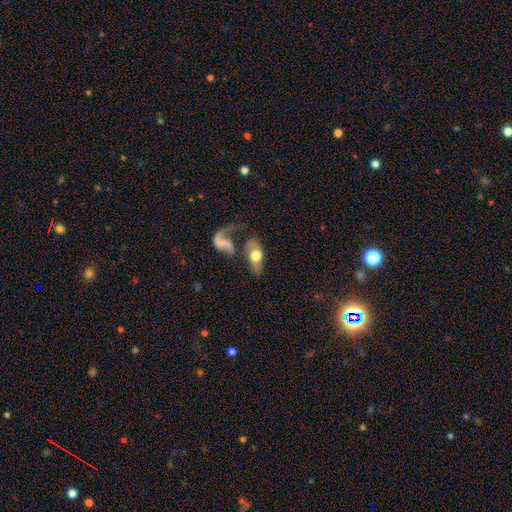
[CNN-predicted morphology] Smooth or featured?
  - smooth: 48% *
  - featured or disk: 45%
  - star or artifact: 7%
Merging?
  - none: 35% *
  - merger: 27%
  - major disturbance: 22%
  - minor disturbance: 15%